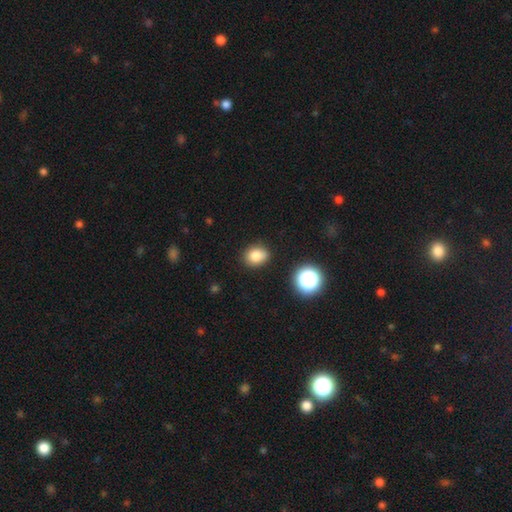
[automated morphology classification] smooth_or_featured: smooth (p=0.81) [alt: star or artifact p=0.12]
how_rounded: in between (p=0.52) [alt: round p=0.47]
merging: none (p=0.84) [alt: minor disturbance p=0.11]